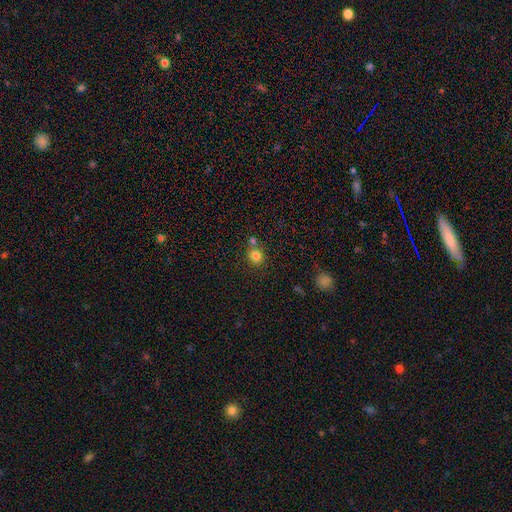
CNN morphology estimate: This is clearly a smooth galaxy (82%). How rounded: clearly round (83%). Merging: likely none (67%).